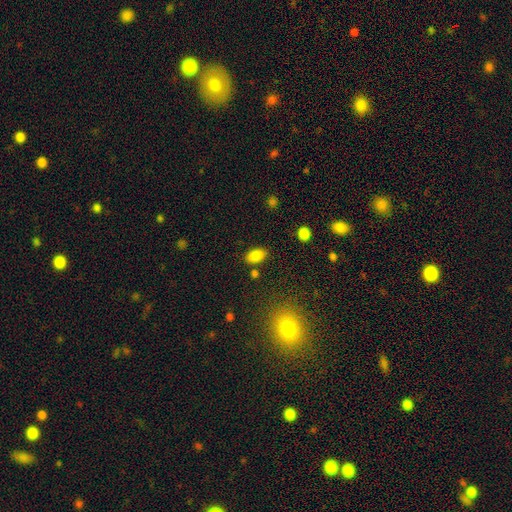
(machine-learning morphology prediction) Smooth or featured? smooth (86%)
How rounded? in between (91%)
Merging? none (82%)